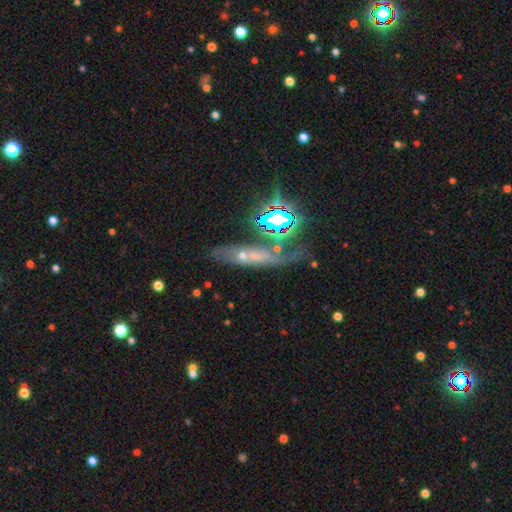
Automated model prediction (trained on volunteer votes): featured or disk 43%, smooth 31%, star or artifact 26%. Down the decision tree: merging — none (52%).